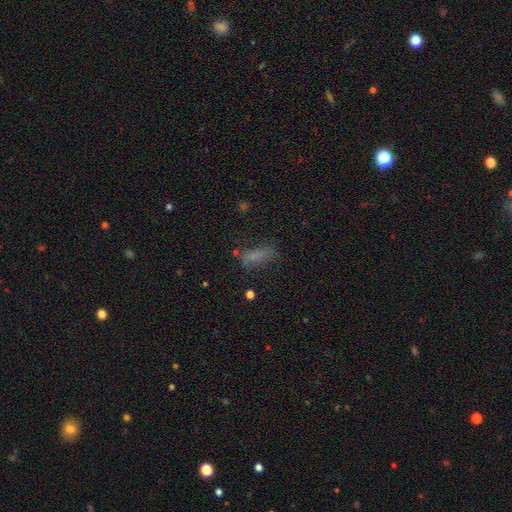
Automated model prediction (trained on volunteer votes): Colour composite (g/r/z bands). It shows a smooth galaxy with no disk features (69%) that is in between round and cigar-shaped (57%). Merging: none (57%).